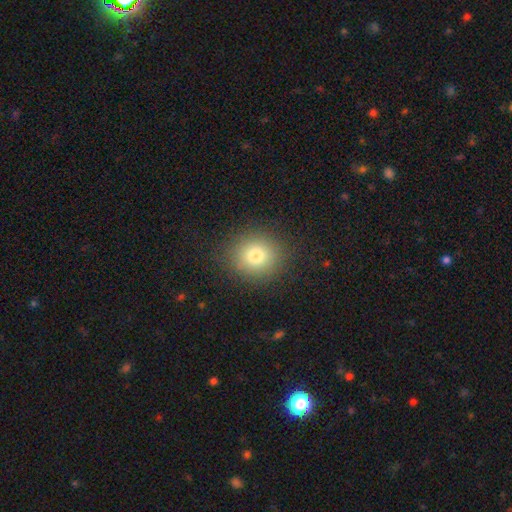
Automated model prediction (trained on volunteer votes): smooth-or-featured: smooth: 77% | star or artifact: 13% | featured or disk: 9%
  how-rounded: round: 86% | in between: 13% | cigar-shaped: 1%
  merging: none: 88% | minor disturbance: 8% | major disturbance: 3% | merger: 1%